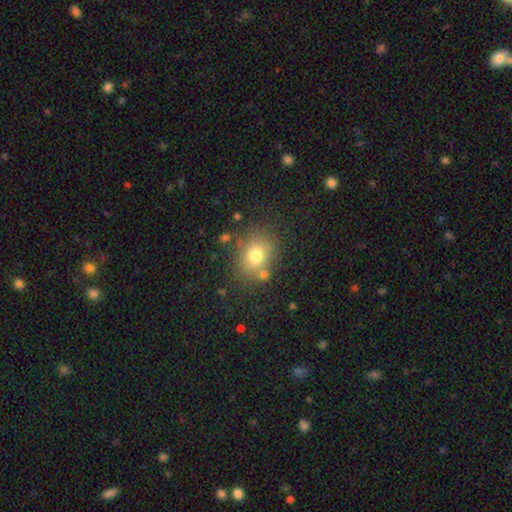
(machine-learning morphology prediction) smooth 74%, star or artifact 13%, featured or disk 12%. Down the decision tree: how rounded — round (55%); merging — none (74%).